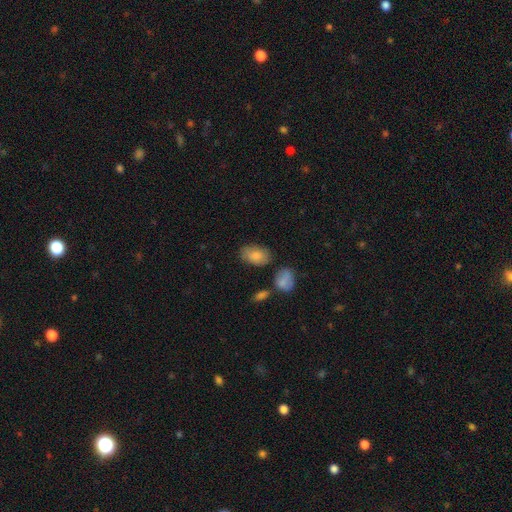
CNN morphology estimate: Smooth or featured? Predicted: smooth (p=0.82). How rounded? Predicted: in between (p=0.89). Merging? Predicted: none (p=0.71).